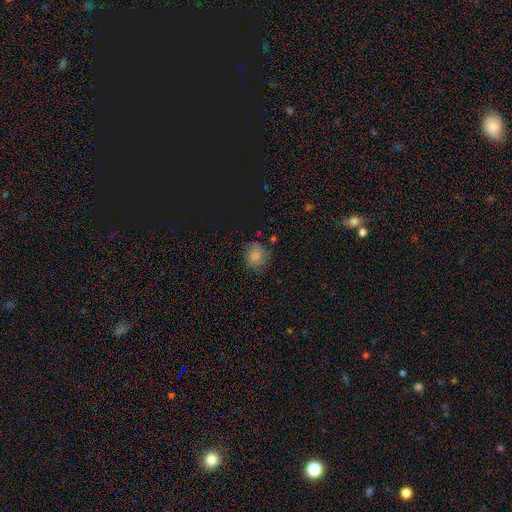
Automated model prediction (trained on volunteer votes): Smooth or featured? Predicted: smooth (p=0.73). How rounded? Predicted: round (p=0.81). Merging? Predicted: none (p=0.71).